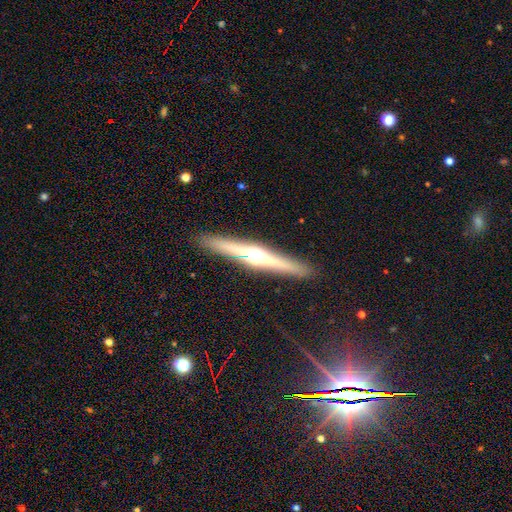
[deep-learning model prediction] smooth-or-featured: featured or disk: 75% | smooth: 20% | star or artifact: 6%
  disk-edge-on: yes: 98% | no: 2%
    edge-on-bulge: rounded: 92% | boxy: 4% | none: 4%
  merging: none: 91% | minor disturbance: 6% | major disturbance: 2% | merger: 1%